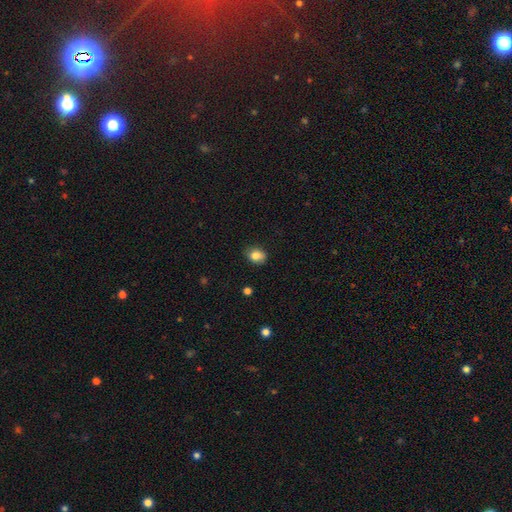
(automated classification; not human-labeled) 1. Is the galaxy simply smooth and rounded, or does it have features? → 84% smooth, 9% star or artifact, 7% featured or disk.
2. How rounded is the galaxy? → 65% in between, 34% round, 1% cigar-shaped.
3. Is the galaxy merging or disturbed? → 79% none, 17% minor disturbance, 3% major disturbance, 1% merger.